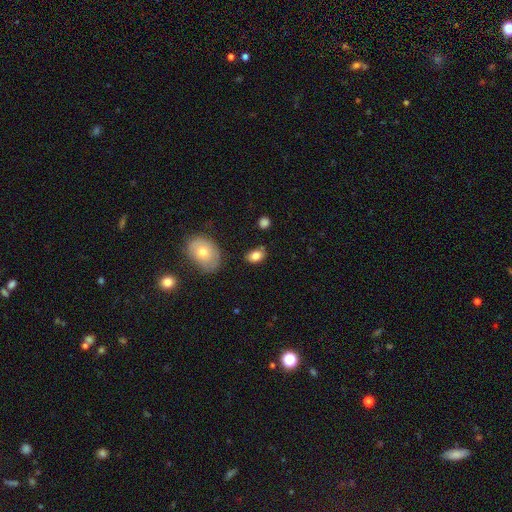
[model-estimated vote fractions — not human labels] smooth_or_featured: smooth (p=0.82) [alt: featured or disk p=0.09]
how_rounded: in between (p=0.83) [alt: round p=0.15]
merging: none (p=0.72) [alt: minor disturbance p=0.18]